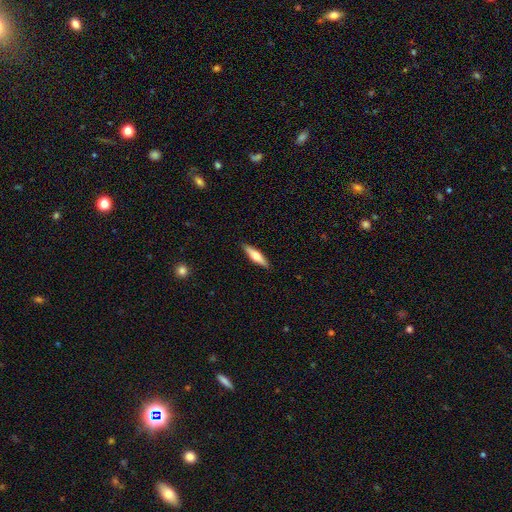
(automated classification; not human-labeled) The model was most divided on "smooth or featured": smooth: 49%, featured or disk: 45%, star or artifact: 6%. More confident: merging — none (90%).